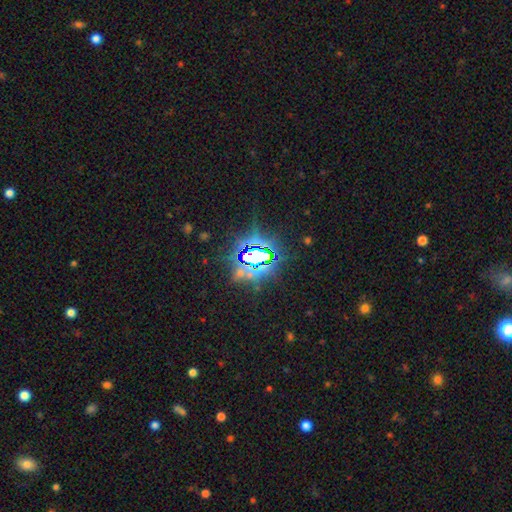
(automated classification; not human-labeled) Q: Smooth or featured?
A: star or artifact (77%); runner-up: smooth (12%)